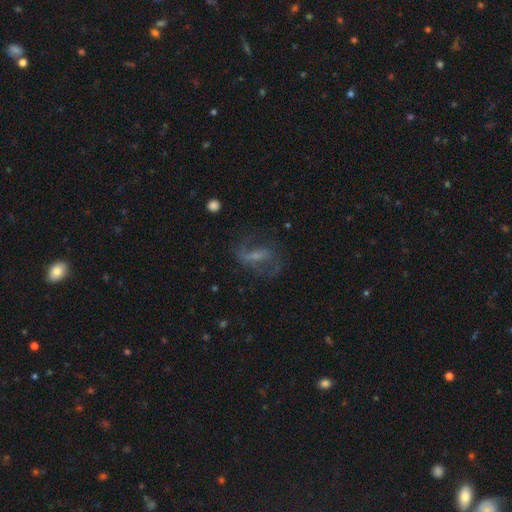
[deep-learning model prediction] A featured or disk galaxy (63%) with a weak bar (40%), spiral arms (71%) and a small central bulge (43%). Merging: none (57%).